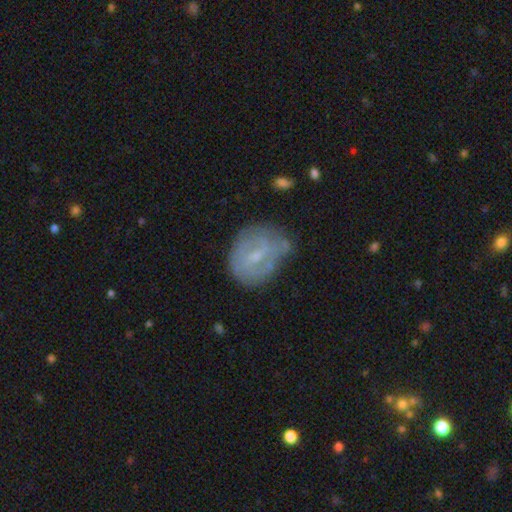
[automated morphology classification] smooth_or_featured: featured or disk (p=0.53) [alt: smooth p=0.36]
disk_edge_on: no (p=0.96) [alt: yes p=0.04]
bar: weak (p=0.53) [alt: no p=0.34]
has_spiral_arms: yes (p=0.55) [alt: no p=0.45]
bulge_size: small (p=0.56) [alt: moderate p=0.30]
merging: none (p=0.55) [alt: minor disturbance p=0.29]